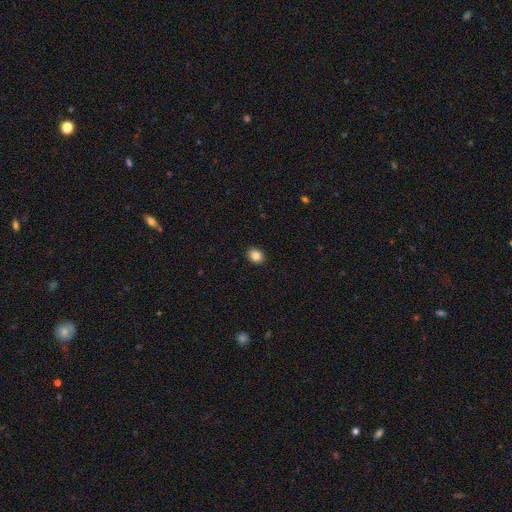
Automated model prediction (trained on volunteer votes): Smooth or featured?
  - smooth: 85% *
  - star or artifact: 10%
  - featured or disk: 6%
How rounded?
  - in between: 50% *
  - round: 49%
  - cigar-shaped: 1%
Merging?
  - none: 91% *
  - minor disturbance: 6%
  - major disturbance: 2%
  - merger: 1%